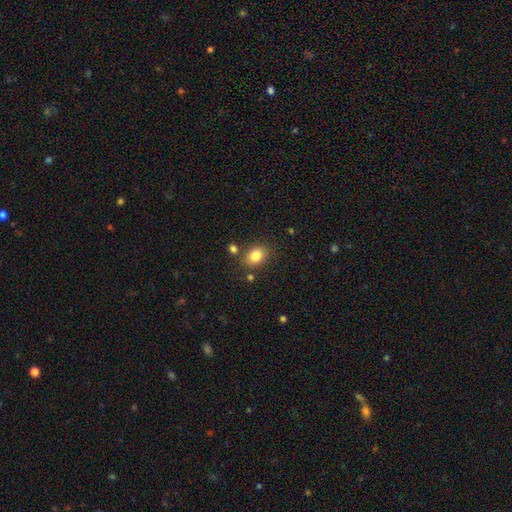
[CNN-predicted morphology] This appears to be a smooth galaxy with no disk features (82%) that is in between round and cigar-shaped (61%). Merging: none (78%).